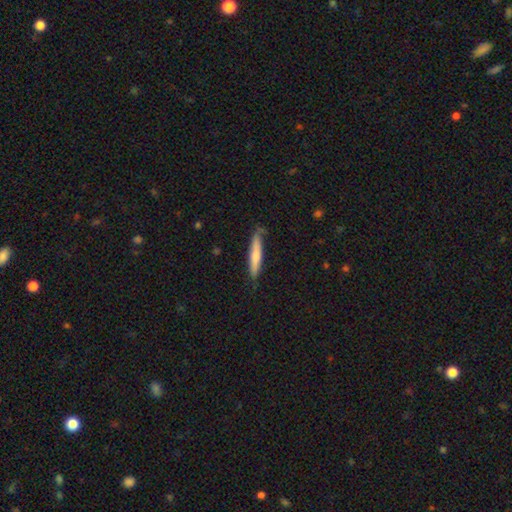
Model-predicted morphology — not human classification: type=smooth (67%); roundness=cigar-shaped (90%); merging=none (72%).